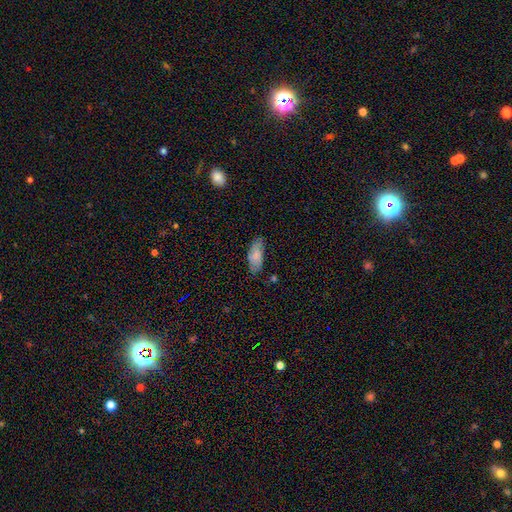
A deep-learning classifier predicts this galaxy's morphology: Smooth or featured? smooth (80%)
How rounded? in between (84%)
Merging? none (72%)